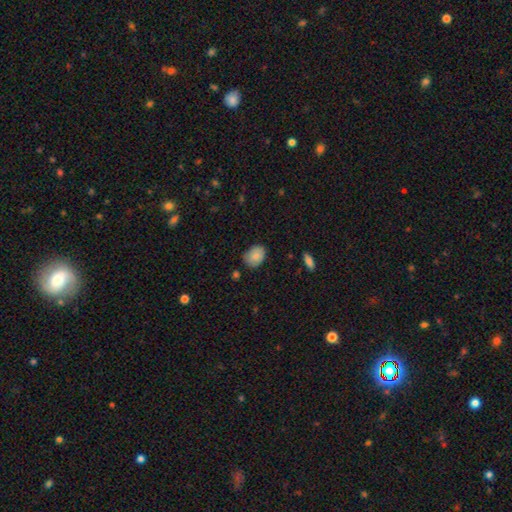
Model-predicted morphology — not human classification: This is clearly a smooth galaxy (84%). How rounded: likely in between (74%). Merging: likely none (76%).